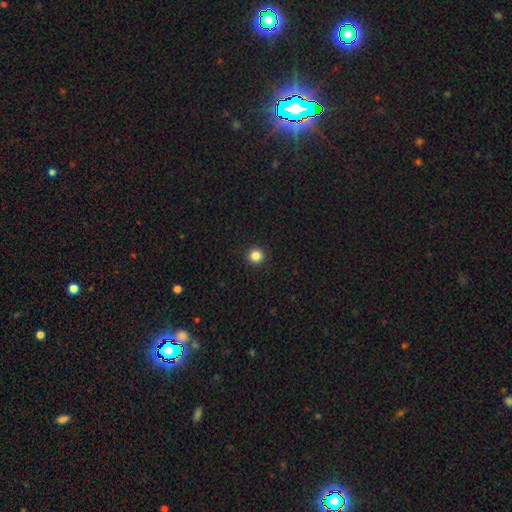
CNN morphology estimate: smooth-or-featured: smooth: 85% | star or artifact: 12% | featured or disk: 4%
  how-rounded: round: 96% | in between: 3% | cigar-shaped: 1%
  merging: none: 94% | minor disturbance: 4% | major disturbance: 1% | merger: 1%